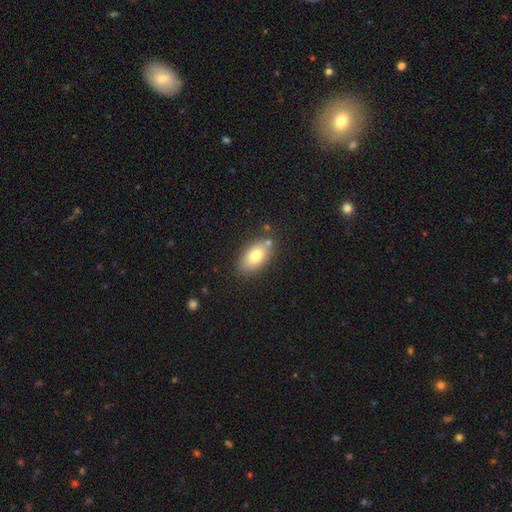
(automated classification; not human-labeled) Smooth or featured: smooth — 76% (featured or disk — 15%)
How rounded: in between — 90% (round — 7%)
Merging: none — 77% (minor disturbance — 14%)